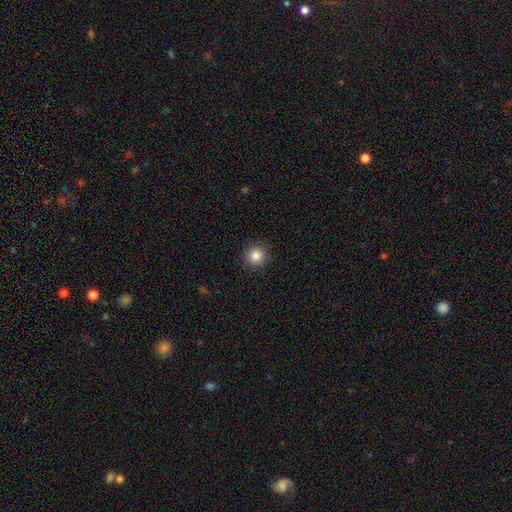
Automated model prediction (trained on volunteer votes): Overall: smooth (85%). How rounded: round (94%). Merging: none (91%).